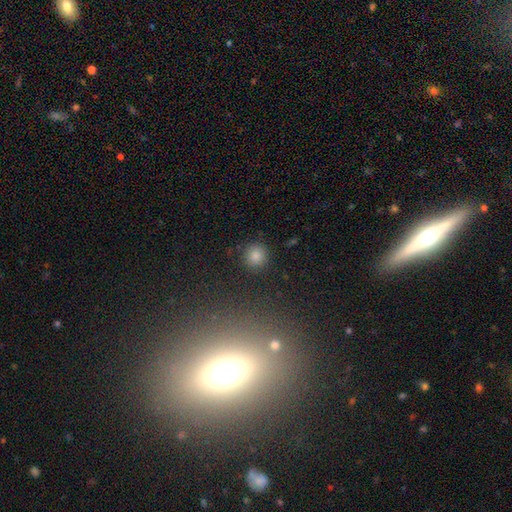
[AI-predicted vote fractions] Q: Smooth or featured?
A: smooth (83%); runner-up: star or artifact (12%)
Q: How rounded?
A: round (92%); runner-up: in between (7%)
Q: Merging?
A: none (88%); runner-up: minor disturbance (7%)